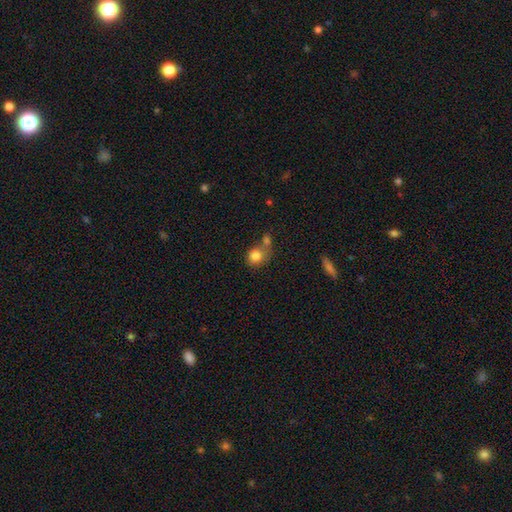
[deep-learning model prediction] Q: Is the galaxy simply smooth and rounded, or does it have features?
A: smooth — 82%.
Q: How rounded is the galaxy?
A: round — 76%.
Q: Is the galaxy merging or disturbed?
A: none — 47%.